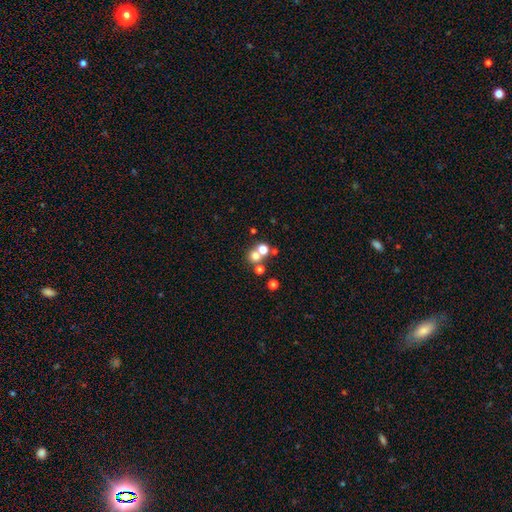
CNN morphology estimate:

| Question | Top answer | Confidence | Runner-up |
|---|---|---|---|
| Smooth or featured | smooth | 67% | star or artifact (19%) |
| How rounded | round | 86% | in between (13%) |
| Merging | none | 48% | merger (43%) |